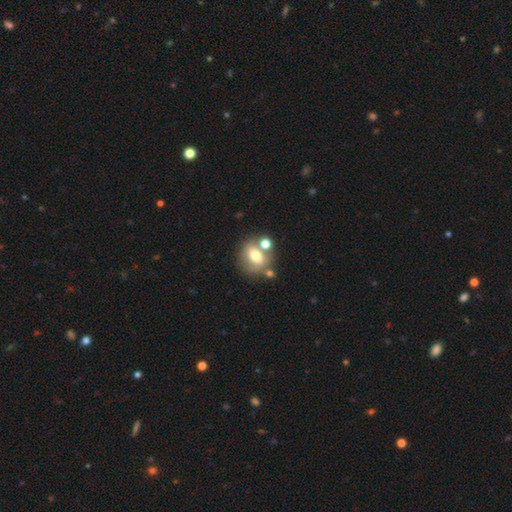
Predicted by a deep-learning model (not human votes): Smooth or featured? smooth (63%)
How rounded? round (61%)
Merging? none (52%)